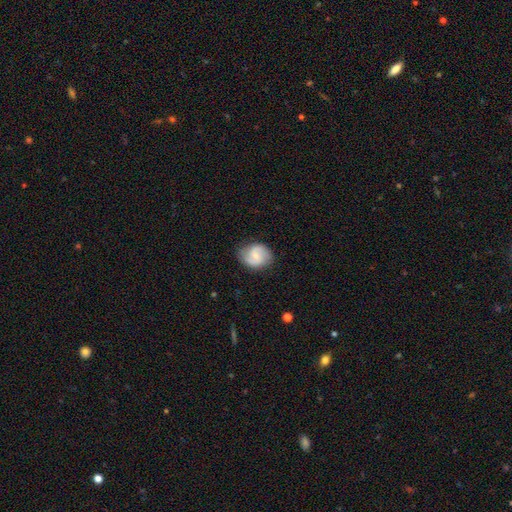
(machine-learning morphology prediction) This appears to be a featured or disk galaxy (64%) with a weak bar (53%), 2 (89%) medium (48%) spiral arms (92%) and a small central bulge (59%). Merging: none (81%).